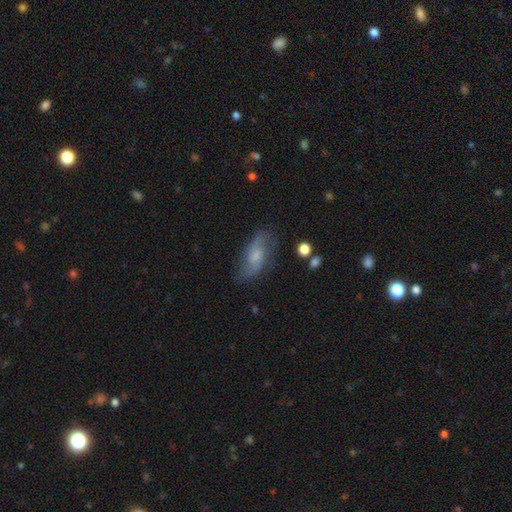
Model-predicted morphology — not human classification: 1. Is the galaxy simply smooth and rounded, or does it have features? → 46% smooth (tied), 46% featured or disk (tied), 9% star or artifact.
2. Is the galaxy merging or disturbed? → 68% none, 21% minor disturbance, 9% major disturbance, 2% merger.